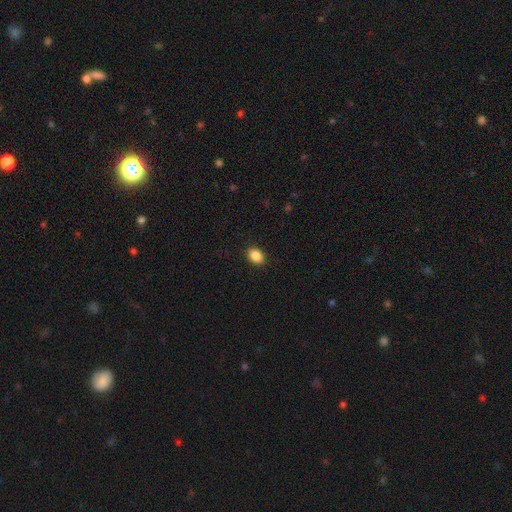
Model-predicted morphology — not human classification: Overall: smooth (87%). How rounded: in between (77%). Merging: none (89%).